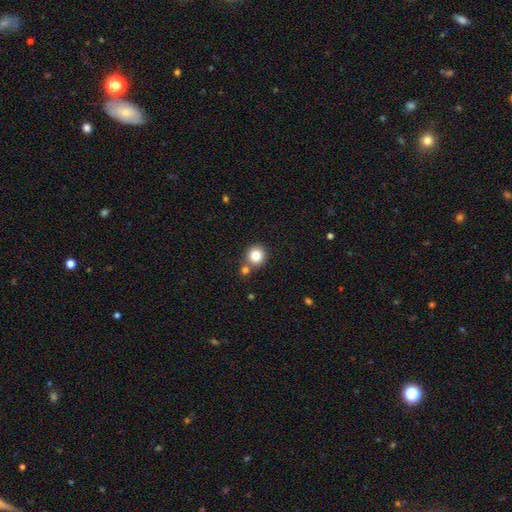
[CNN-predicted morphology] This is clearly a smooth galaxy (82%). How rounded: clearly round (90%). Merging: likely none (72%).